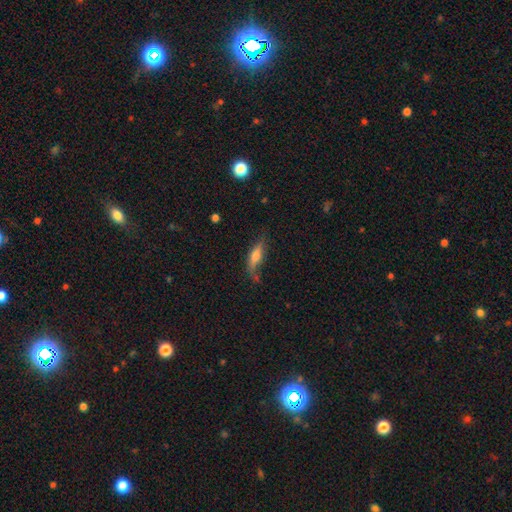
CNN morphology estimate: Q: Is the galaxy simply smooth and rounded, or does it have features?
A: smooth — 52%.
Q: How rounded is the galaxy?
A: cigar-shaped — 56%.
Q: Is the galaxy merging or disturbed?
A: none — 62%.